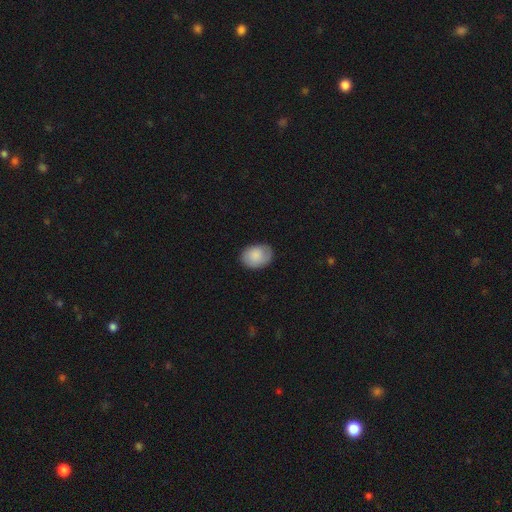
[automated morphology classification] Smooth or featured: smooth — 82% (featured or disk — 11%)
How rounded: in between — 72% (round — 27%)
Merging: none — 78% (minor disturbance — 17%)